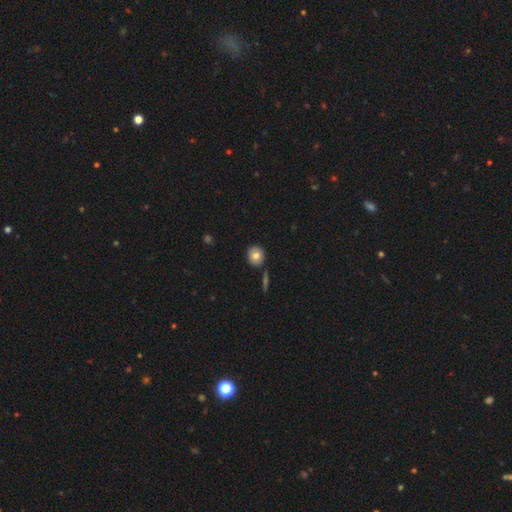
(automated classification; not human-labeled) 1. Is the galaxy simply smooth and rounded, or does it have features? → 78% smooth, 14% featured or disk, 8% star or artifact.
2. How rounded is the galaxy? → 83% round, 16% in between, 1% cigar-shaped.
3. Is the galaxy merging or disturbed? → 86% none, 8% minor disturbance, 4% merger, 2% major disturbance.